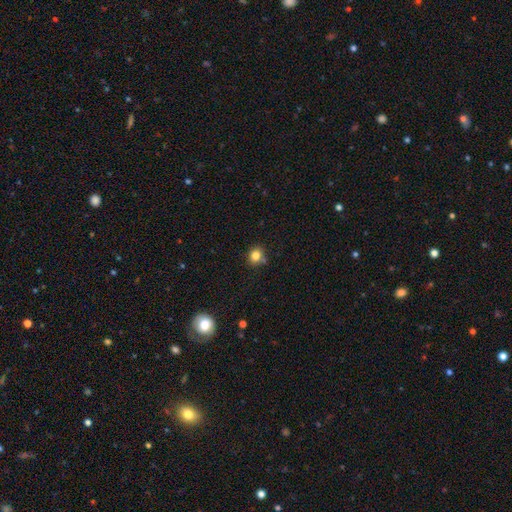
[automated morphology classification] Smooth or featured: smooth — 82% (star or artifact — 12%)
How rounded: round — 77% (in between — 22%)
Merging: none — 76% (minor disturbance — 13%)